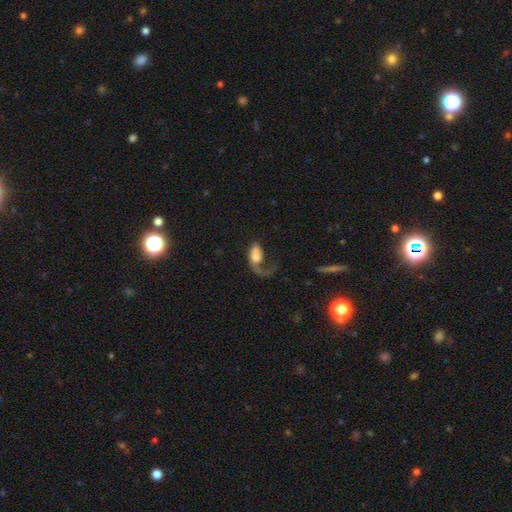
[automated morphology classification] type=featured or disk (49%); merging=major disturbance (59%).